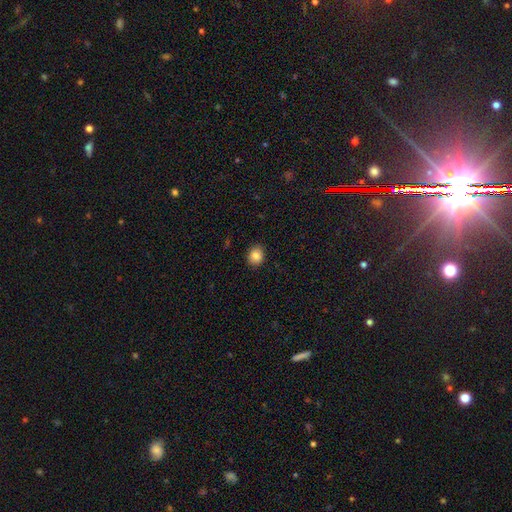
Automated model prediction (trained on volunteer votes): Overall: smooth (84%). How rounded: round (68%; in between 31%). Merging: none (90%).